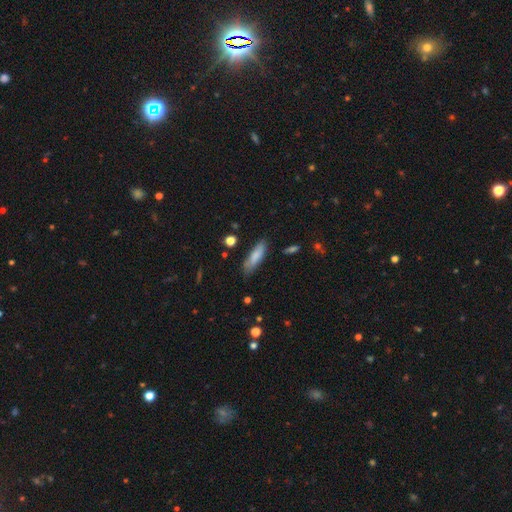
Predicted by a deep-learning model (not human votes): Q: Smooth or featured?
A: smooth (81%); runner-up: featured or disk (13%)
Q: How rounded?
A: cigar-shaped (55%); runner-up: in between (43%)
Q: Merging?
A: none (75%); runner-up: minor disturbance (19%)